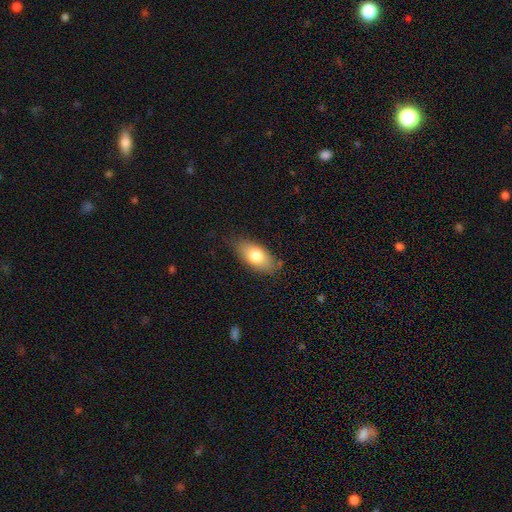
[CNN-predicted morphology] Smooth or featured: smooth — 77% (featured or disk — 16%)
How rounded: in between — 88% (cigar-shaped — 8%)
Merging: none — 78% (minor disturbance — 17%)